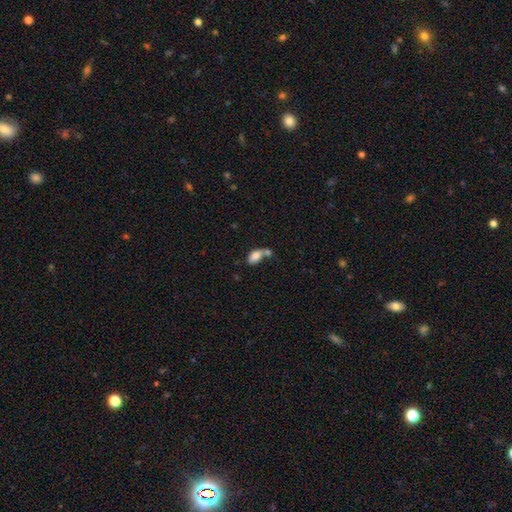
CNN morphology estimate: Overall: smooth (80%). How rounded: in between (90%). Merging: merger (46%; none 32%).